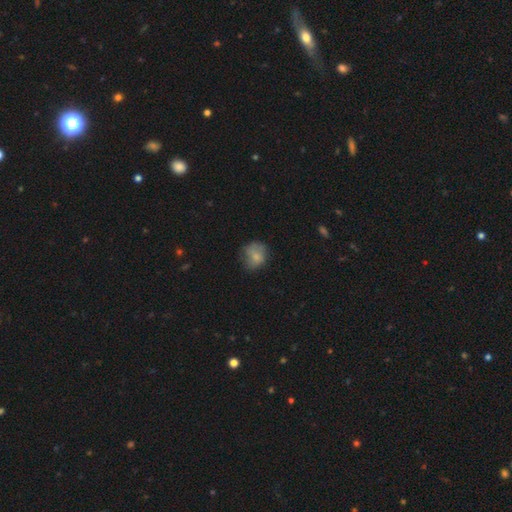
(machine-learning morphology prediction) smooth 71%, featured or disk 19%, star or artifact 10%. Down the decision tree: how rounded — round (63%); merging — none (51%).